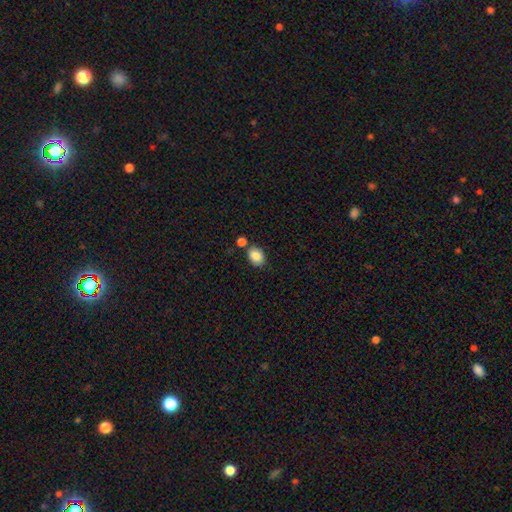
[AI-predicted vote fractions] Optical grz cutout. It shows a smooth galaxy with no disk features (86%) that is in between round and cigar-shaped (70%). Merging: none (74%).